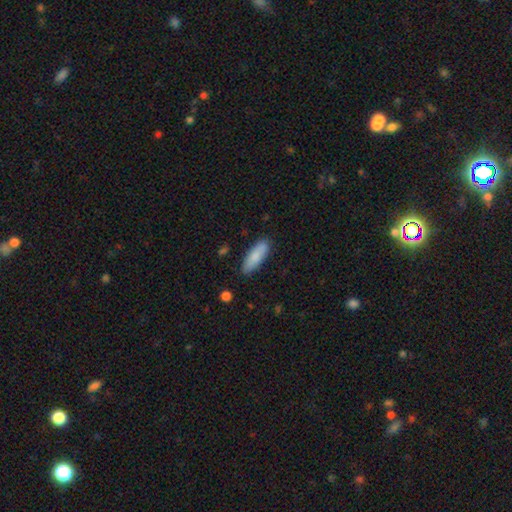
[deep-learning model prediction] Morphology: type=smooth (83%); roundness=in between (56%); merging=none (84%).